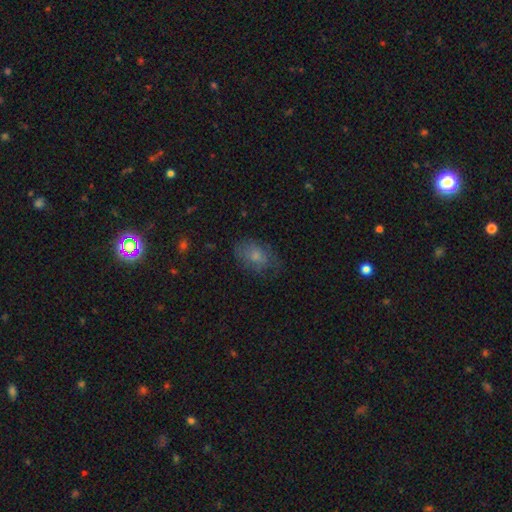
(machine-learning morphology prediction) Smooth or featured?
  - smooth: 72% *
  - featured or disk: 19%
  - star or artifact: 10%
How rounded?
  - in between: 82% *
  - round: 17%
  - cigar-shaped: 2%
Merging?
  - none: 62% *
  - minor disturbance: 25%
  - major disturbance: 12%
  - merger: 1%